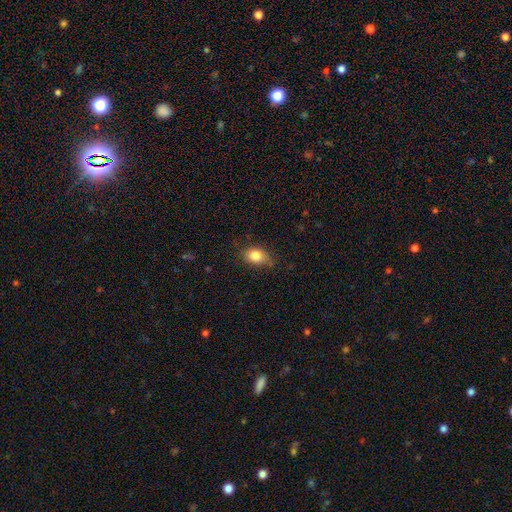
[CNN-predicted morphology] type=smooth (82%); roundness=in between (70%); merging=none (71%).